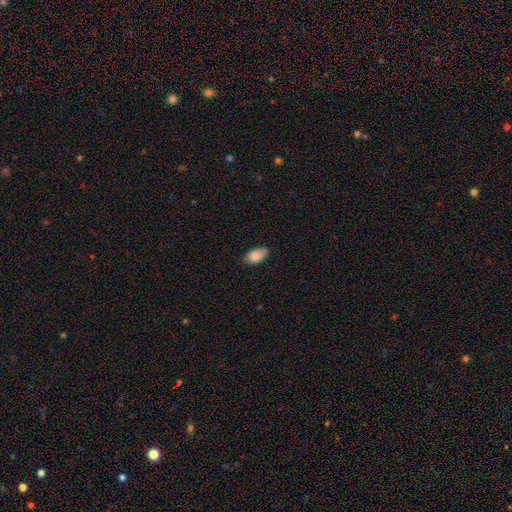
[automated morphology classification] type=smooth (86%); roundness=in between (94%); merging=none (83%).